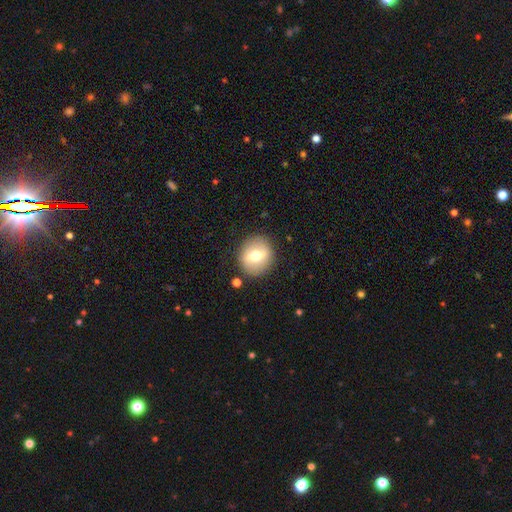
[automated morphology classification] Smooth or featured? Predicted: smooth (p=0.52). How rounded? Predicted: round (p=0.84). Merging? Predicted: none (p=0.88).